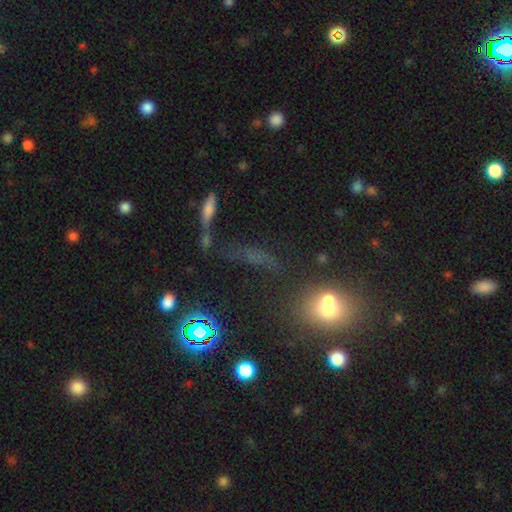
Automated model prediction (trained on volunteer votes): Morphology: type=star or artifact (45%).